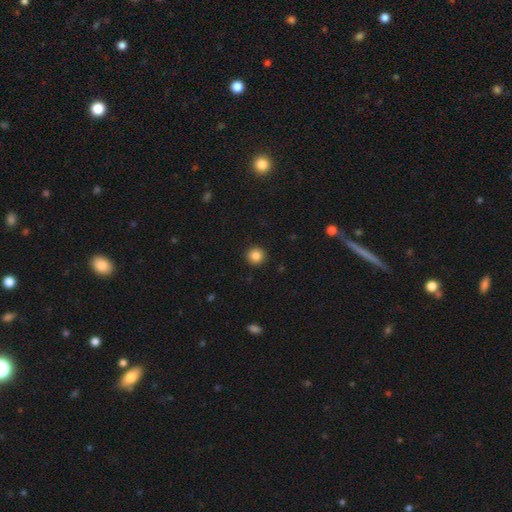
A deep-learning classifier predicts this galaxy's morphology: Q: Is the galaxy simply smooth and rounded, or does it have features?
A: smooth — 86%.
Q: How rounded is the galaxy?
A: round — 95%.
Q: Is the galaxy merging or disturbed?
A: none — 93%.